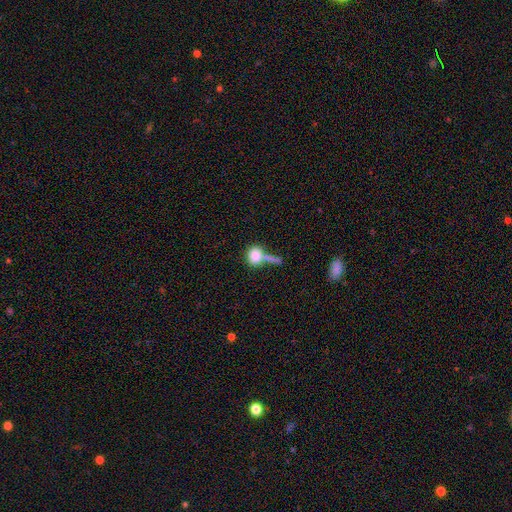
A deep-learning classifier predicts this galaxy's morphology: This is likely a smooth galaxy (77%). How rounded: possibly round (50%). Merging: marginally merger (44%).